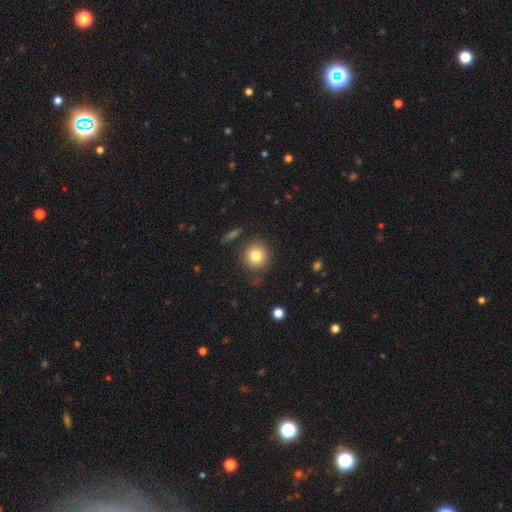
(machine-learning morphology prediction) Overall: smooth (81%). How rounded: round (92%). Merging: none (85%).